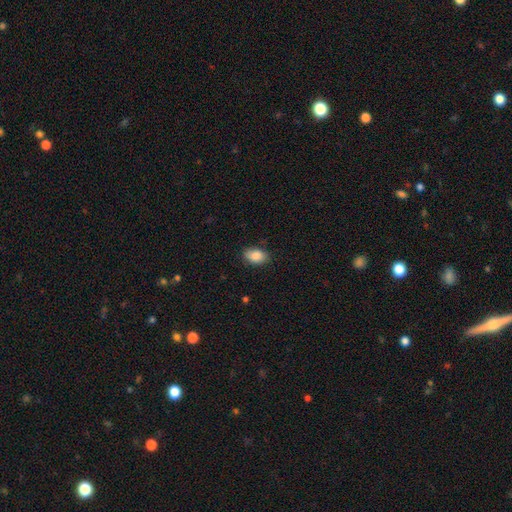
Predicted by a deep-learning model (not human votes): smooth 87%, star or artifact 8%, featured or disk 6%. Down the decision tree: how rounded — in between (86%); merging — none (82%).